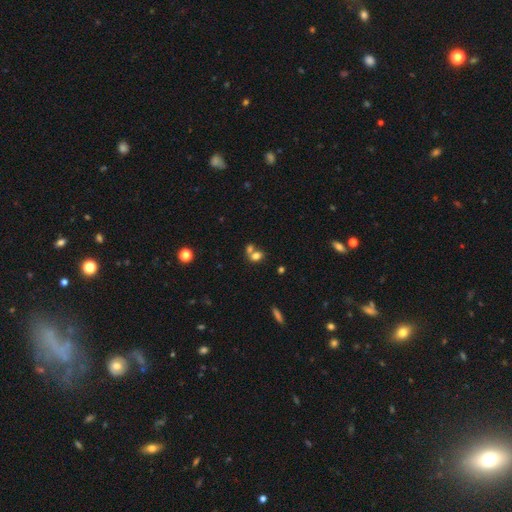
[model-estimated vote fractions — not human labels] smooth_or_featured: smooth (p=0.75) [alt: featured or disk p=0.13]
how_rounded: in between (p=0.66) [alt: round p=0.32]
merging: merger (p=0.50) [alt: none p=0.37]